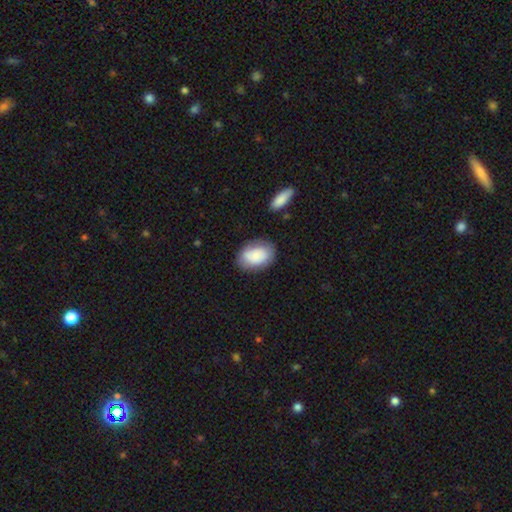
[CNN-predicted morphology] Q: Smooth or featured?
A: smooth (77%); runner-up: featured or disk (16%)
Q: How rounded?
A: in between (84%); runner-up: round (15%)
Q: Merging?
A: none (71%); runner-up: minor disturbance (20%)